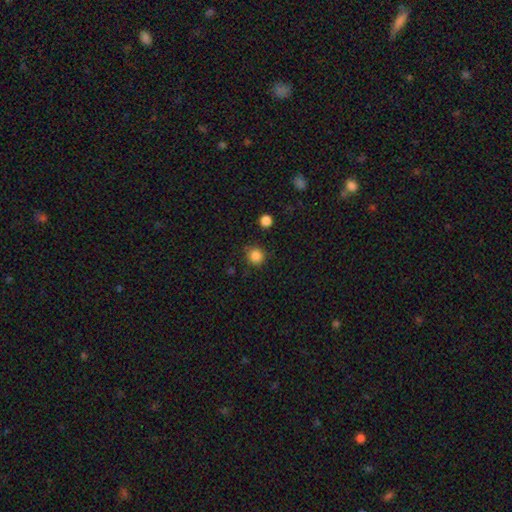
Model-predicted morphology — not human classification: Smooth or featured: smooth — 85% (star or artifact — 11%)
How rounded: round — 92% (in between — 7%)
Merging: none — 83% (minor disturbance — 11%)